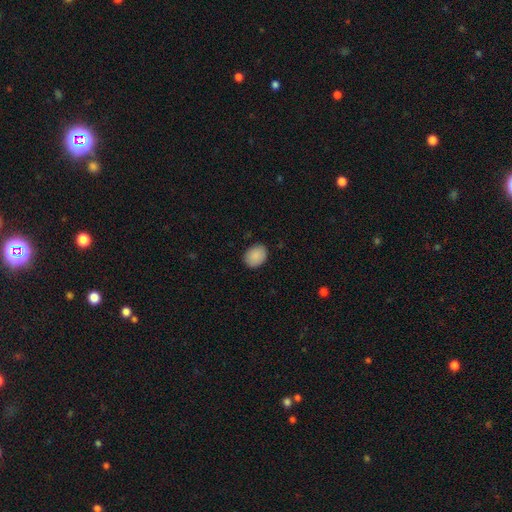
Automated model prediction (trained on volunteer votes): This is clearly a smooth galaxy (90%). How rounded: likely in between (63%). Merging: clearly none (88%).